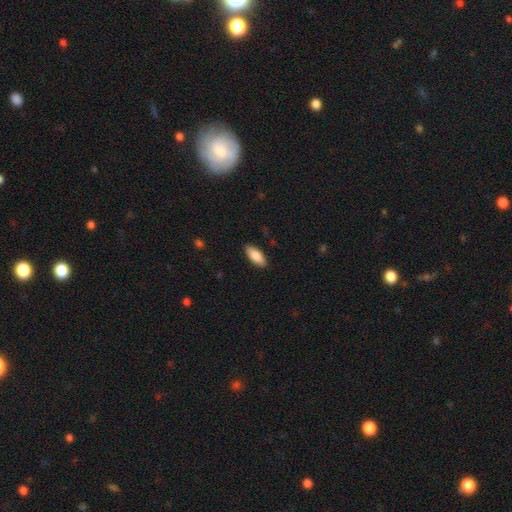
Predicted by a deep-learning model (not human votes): The model was most divided on "how rounded": in between: 81%, cigar-shaped: 17%, round: 2%. More confident: merging — none (89%); smooth or featured — smooth (85%).